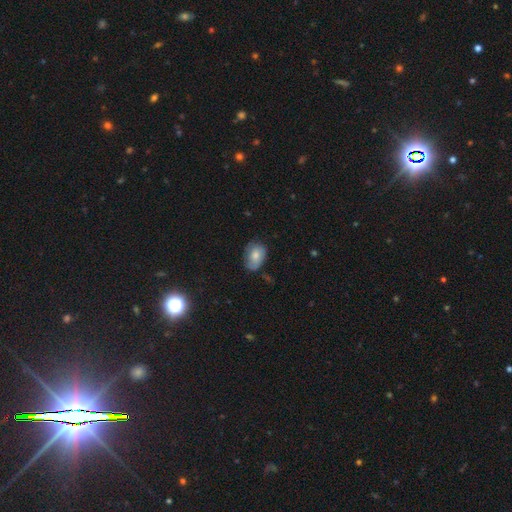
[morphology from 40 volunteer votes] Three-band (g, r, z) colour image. It shows a smooth galaxy with no disk features (68%) that is in between round and cigar-shaped (85%). Merging: none (71%).